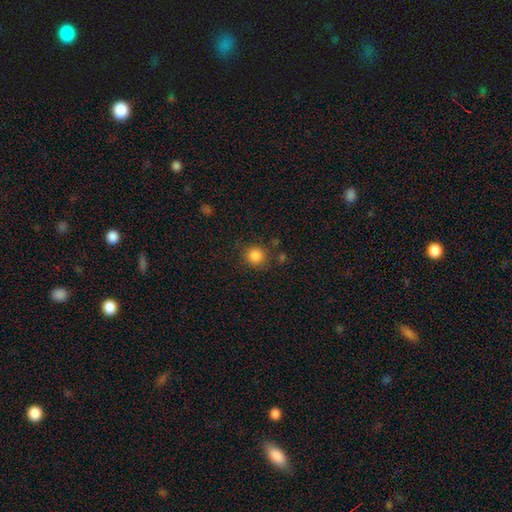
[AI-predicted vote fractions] This is clearly a smooth galaxy (85%). How rounded: clearly round (91%). Merging: clearly none (82%).